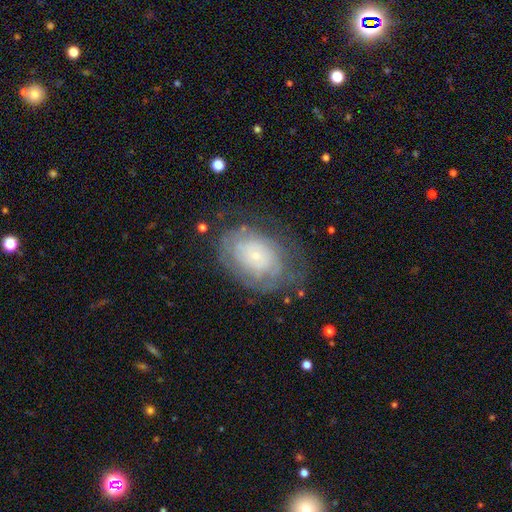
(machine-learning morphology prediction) Overall: featured or disk (57%; smooth 34%). Edge-on disk: no (96%). Bar: no (87%). Spiral arms: yes (59%; no 41%). Bulge size: small (80%). Merging: none (61%; minor disturbance 22%).